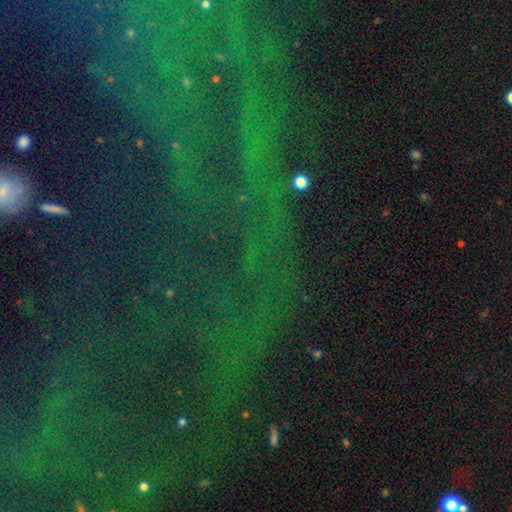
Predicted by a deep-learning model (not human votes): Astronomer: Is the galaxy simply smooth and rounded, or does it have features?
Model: star or artifact — 77%.